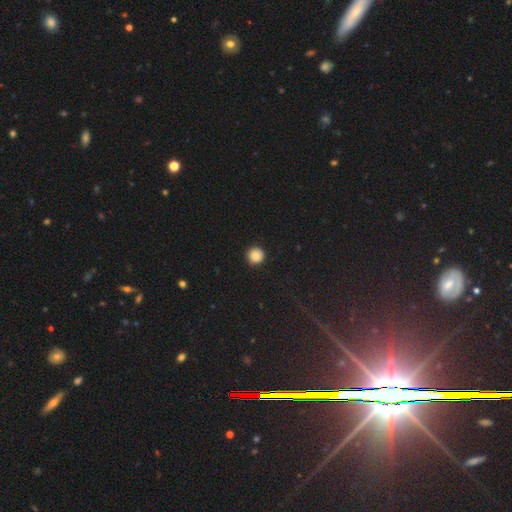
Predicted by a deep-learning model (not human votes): Q: Smooth or featured?
A: smooth (86%); runner-up: star or artifact (10%)
Q: How rounded?
A: round (95%); runner-up: in between (4%)
Q: Merging?
A: none (90%); runner-up: minor disturbance (7%)